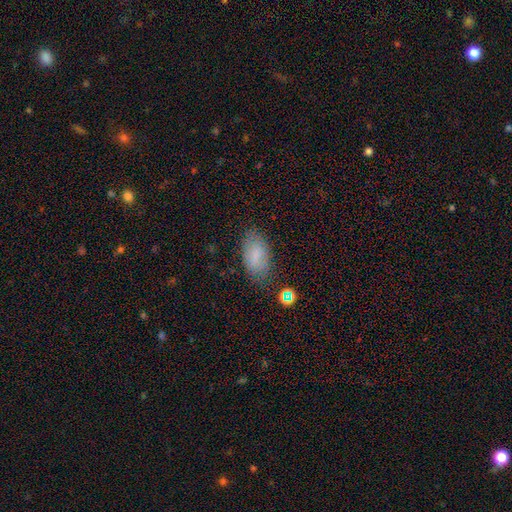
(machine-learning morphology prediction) smooth 79%, featured or disk 11%, star or artifact 10%. Down the decision tree: how rounded — in between (92%); merging — none (75%).